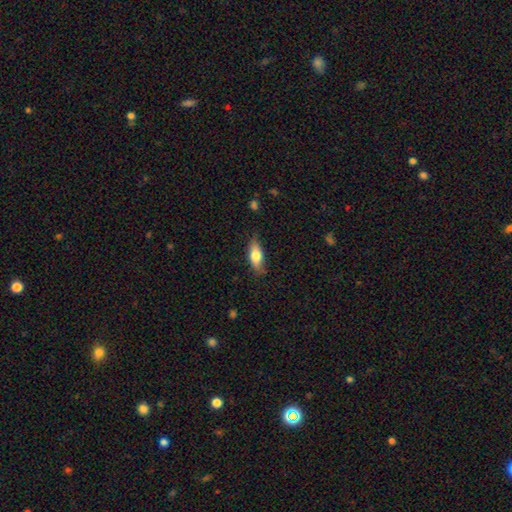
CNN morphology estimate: This is likely a smooth galaxy (72%). How rounded: likely in between (74%). Merging: likely none (75%).